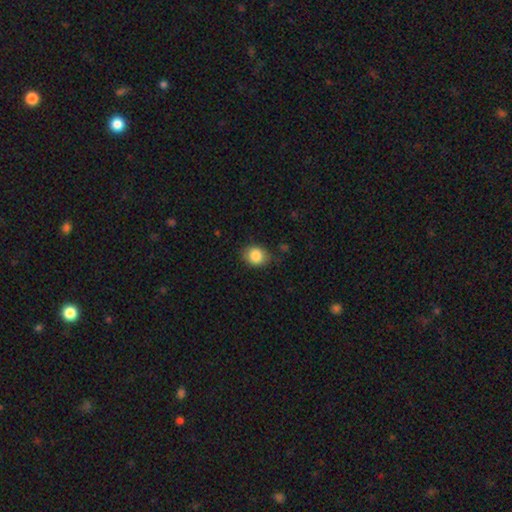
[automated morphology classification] Smooth or featured?
  - smooth: 85% *
  - star or artifact: 9%
  - featured or disk: 6%
How rounded?
  - round: 60% *
  - in between: 39%
  - cigar-shaped: 1%
Merging?
  - none: 79% *
  - minor disturbance: 16%
  - major disturbance: 4%
  - merger: 2%